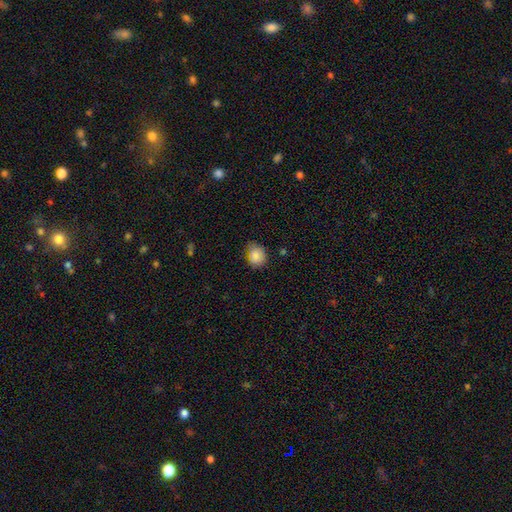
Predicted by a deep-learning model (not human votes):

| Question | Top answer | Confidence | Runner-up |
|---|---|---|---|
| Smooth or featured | smooth | 86% | star or artifact (9%) |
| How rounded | round | 68% | in between (31%) |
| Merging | none | 63% | minor disturbance (30%) |